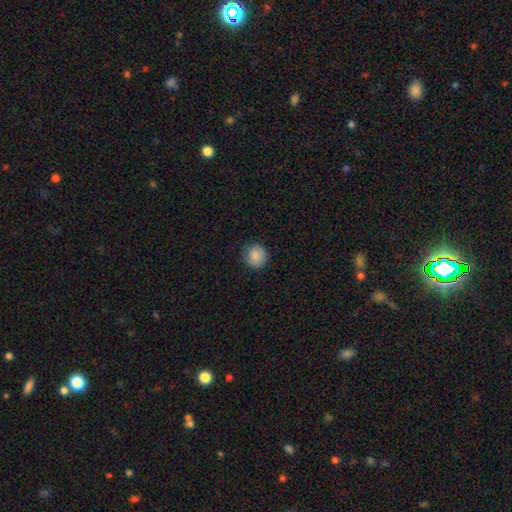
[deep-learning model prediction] Smooth or featured?
  - smooth: 87% *
  - star or artifact: 9%
  - featured or disk: 5%
How rounded?
  - round: 92% *
  - in between: 7%
  - cigar-shaped: 1%
Merging?
  - none: 88% *
  - minor disturbance: 9%
  - major disturbance: 2%
  - merger: 1%